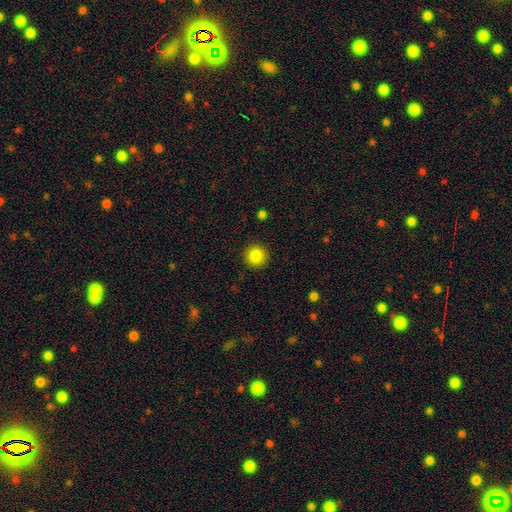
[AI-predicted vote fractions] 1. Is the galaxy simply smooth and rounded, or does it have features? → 85% smooth, 10% star or artifact, 5% featured or disk.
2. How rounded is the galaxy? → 95% round, 4% in between, 1% cigar-shaped.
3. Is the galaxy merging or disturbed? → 92% none, 5% minor disturbance, 2% major disturbance, 1% merger.